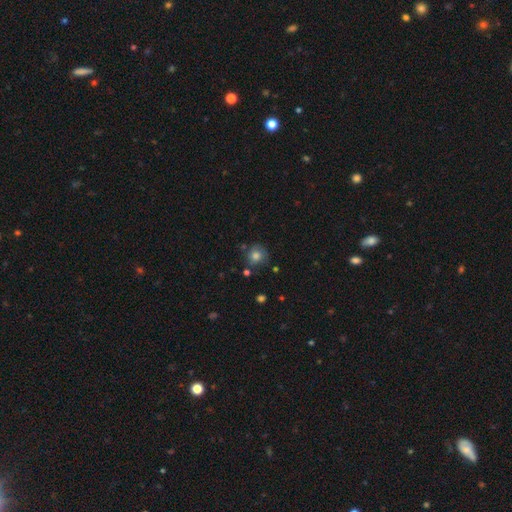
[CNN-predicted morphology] The model was most divided on "merging": none: 73%, minor disturbance: 16%, merger: 6%, major disturbance: 5%. More confident: how rounded — round (87%); smooth or featured — smooth (78%).